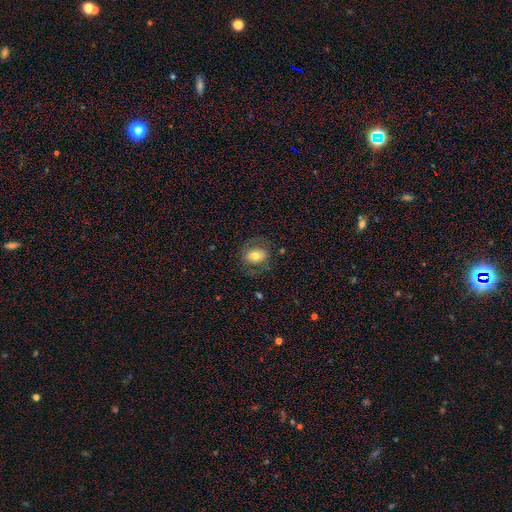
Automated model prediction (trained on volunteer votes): A smooth galaxy with no disk features (62%) that is in between round and cigar-shaped (61%). Merging: none (73%).